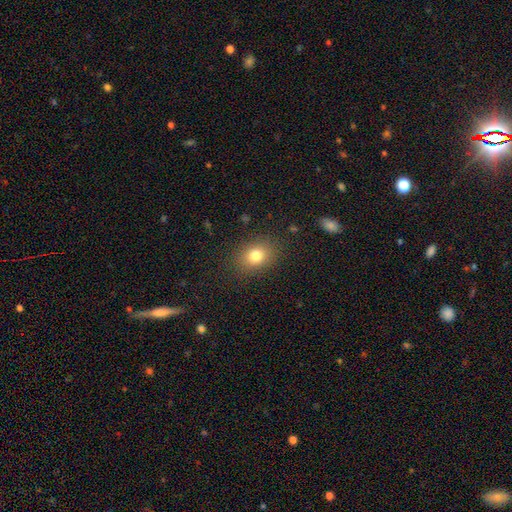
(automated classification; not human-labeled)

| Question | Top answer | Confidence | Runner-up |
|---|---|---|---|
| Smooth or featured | smooth | 79% | star or artifact (12%) |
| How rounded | in between | 56% | round (43%) |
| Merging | none | 86% | minor disturbance (9%) |